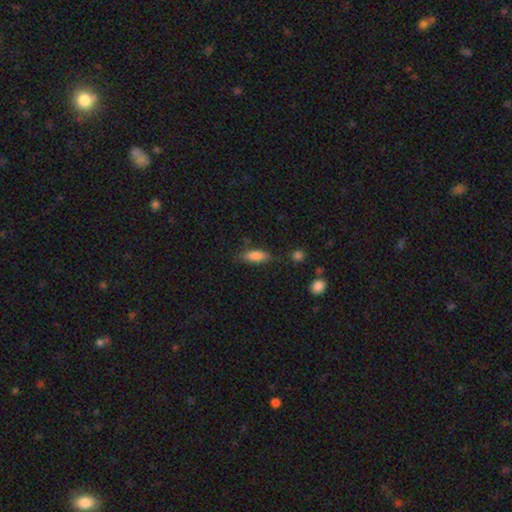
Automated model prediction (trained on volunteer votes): smooth-or-featured: smooth: 84% | featured or disk: 9% | star or artifact: 8%
  how-rounded: in between: 77% | cigar-shaped: 20% | round: 3%
  merging: none: 72% | minor disturbance: 20% | major disturbance: 5% | merger: 3%